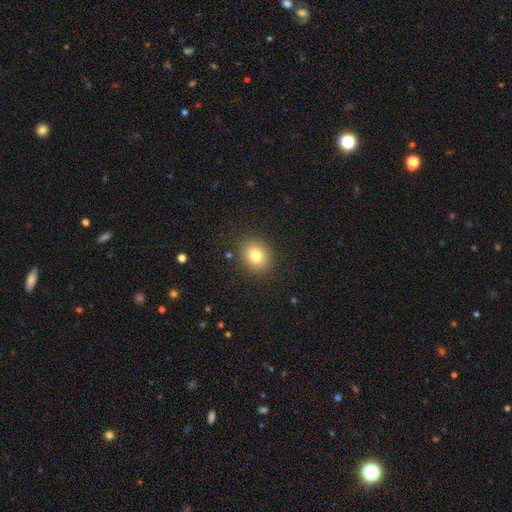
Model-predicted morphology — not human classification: smooth_or_featured: smooth (p=0.80) [alt: star or artifact p=0.11]
how_rounded: round (p=0.60) [alt: in between p=0.39]
merging: none (p=0.88) [alt: minor disturbance p=0.08]